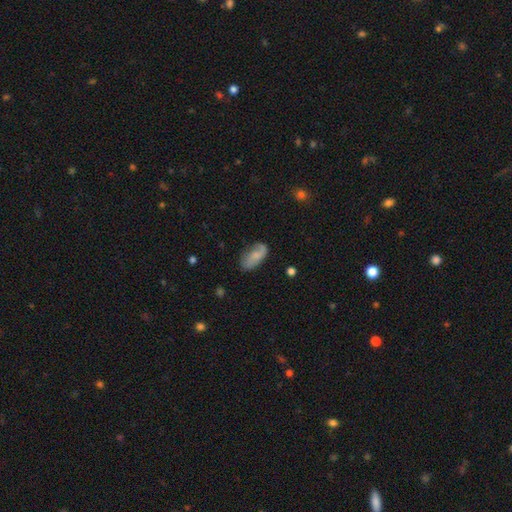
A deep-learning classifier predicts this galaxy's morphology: type=smooth (59%); roundness=in between (91%); merging=none (60%).